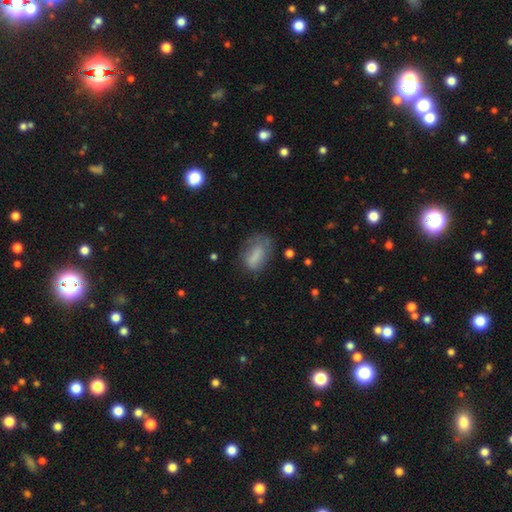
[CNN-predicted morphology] type=smooth (74%); roundness=in between (85%); merging=none (47%).